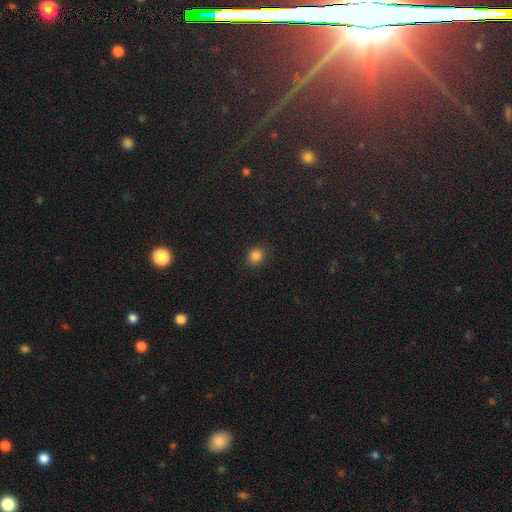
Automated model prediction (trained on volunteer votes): smooth_or_featured: smooth (p=0.84) [alt: star or artifact p=0.13]
how_rounded: round (p=0.76) [alt: in between p=0.23]
merging: none (p=0.87) [alt: minor disturbance p=0.09]